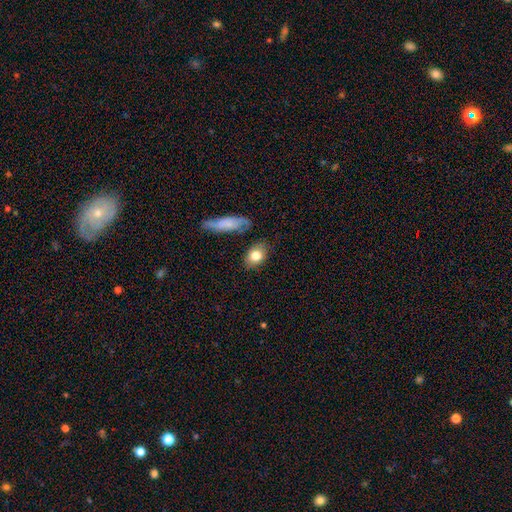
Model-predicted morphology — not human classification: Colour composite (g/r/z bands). It shows a smooth galaxy with no disk features (80%) that is in between round and cigar-shaped (66%). Merging: none (76%).